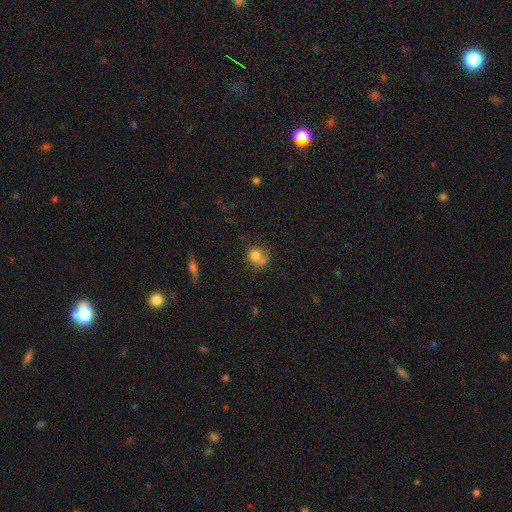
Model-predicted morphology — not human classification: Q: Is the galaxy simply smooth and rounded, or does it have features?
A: smooth — 76%.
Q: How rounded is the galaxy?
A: round — 79%.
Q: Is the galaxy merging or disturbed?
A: none — 46%.